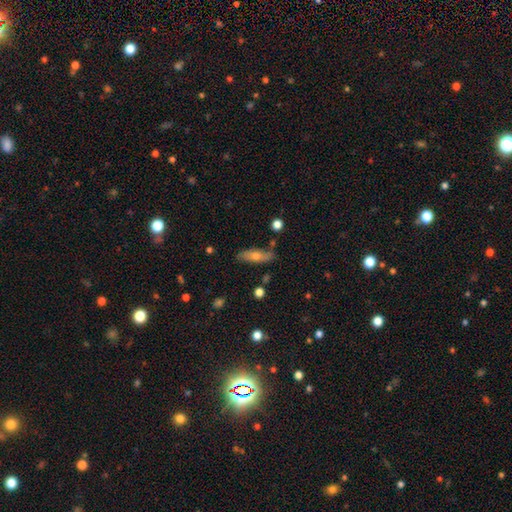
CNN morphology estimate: Smooth or featured?
  - smooth: 54% *
  - featured or disk: 38%
  - star or artifact: 9%
How rounded?
  - cigar-shaped: 49% *
  - in between: 48%
  - round: 3%
Merging?
  - none: 77% *
  - minor disturbance: 16%
  - major disturbance: 4%
  - merger: 3%